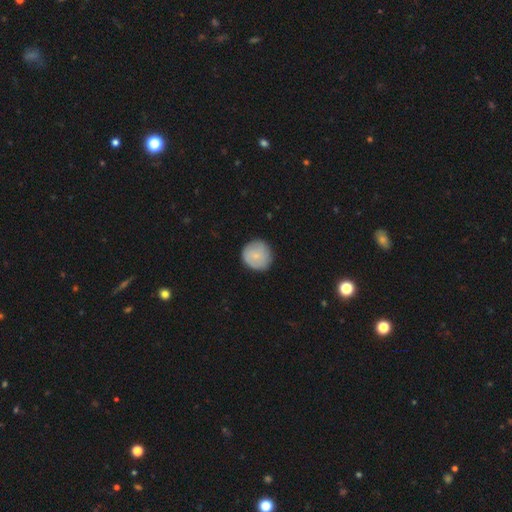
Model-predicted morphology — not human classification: Smooth or featured: smooth — 74% (featured or disk — 19%)
How rounded: round — 92% (in between — 7%)
Merging: none — 84% (minor disturbance — 12%)